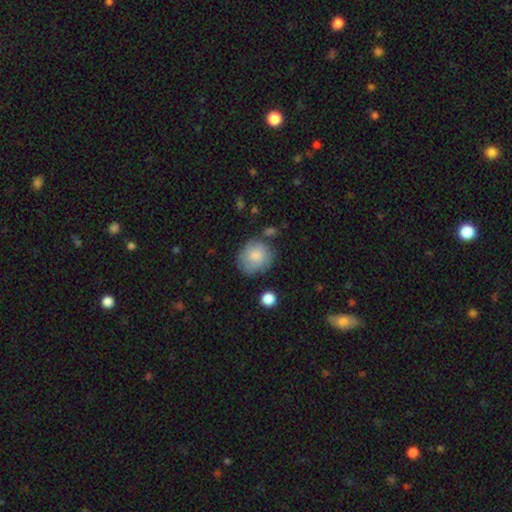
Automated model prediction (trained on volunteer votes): A smooth galaxy with no disk features (79%) that is round (79%).

Vote fractions:
- Smooth or featured? smooth: 79% / featured or disk: 14% / star or artifact: 7%
- How rounded? round: 79% / in between: 20% / cigar-shaped: 1%
- Merging? none: 67% / minor disturbance: 21% / major disturbance: 7% / merger: 5%